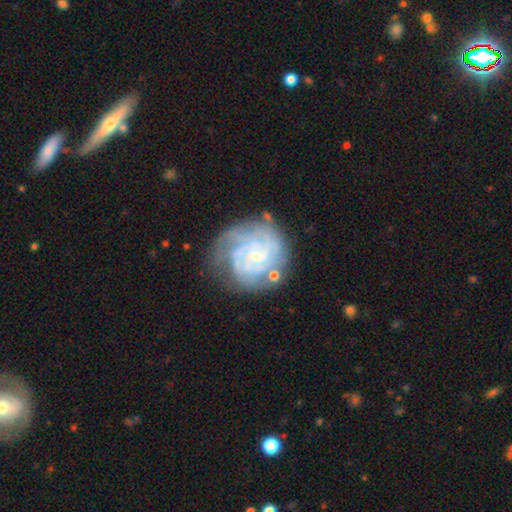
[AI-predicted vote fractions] smooth-or-featured: featured or disk: 86% | smooth: 8% | star or artifact: 6%
  disk-edge-on: no: 98% | yes: 2%
    bar: no: 61% | weak: 32% | strong: 7%
    has-spiral-arms: yes: 96% | no: 4%
      spiral-winding: tight: 74% | medium: 22% | loose: 4%
      spiral-arm-count: can't tell: 30% | 3: 23% | 4: 18% | 2: 17% | more than 4: 6% | 1: 6%
    bulge-size: small: 77% | moderate: 18% | none: 3% | large: 1% | dominant: 1%
  merging: none: 63% | minor disturbance: 22% | major disturbance: 11% | merger: 4%